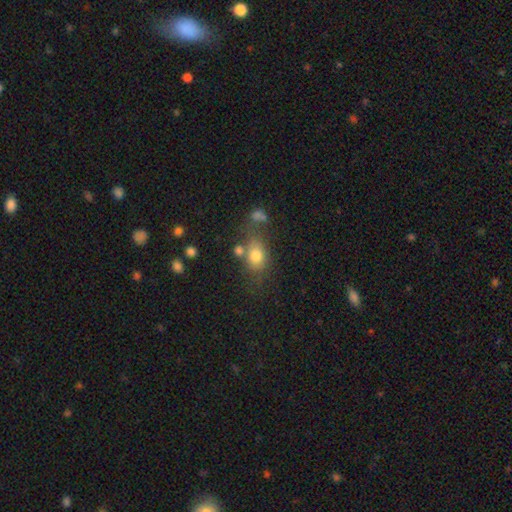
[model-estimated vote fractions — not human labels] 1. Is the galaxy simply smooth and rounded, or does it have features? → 75% smooth, 13% featured or disk, 11% star or artifact.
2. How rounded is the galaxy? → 61% in between, 37% round, 2% cigar-shaped.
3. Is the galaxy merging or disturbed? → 53% none, 19% merger, 18% minor disturbance, 10% major disturbance.